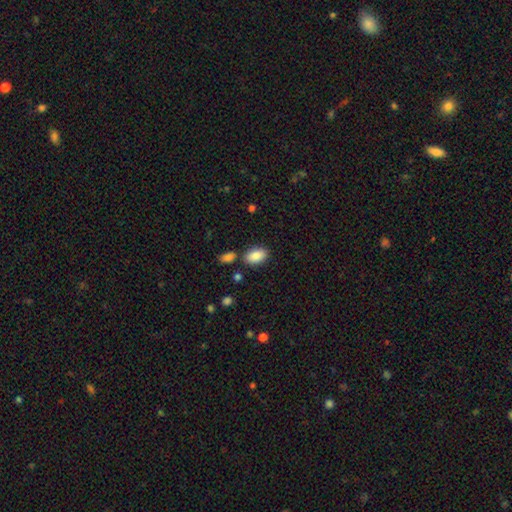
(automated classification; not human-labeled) Smooth or featured? smooth (87%)
How rounded? in between (92%)
Merging? none (78%)